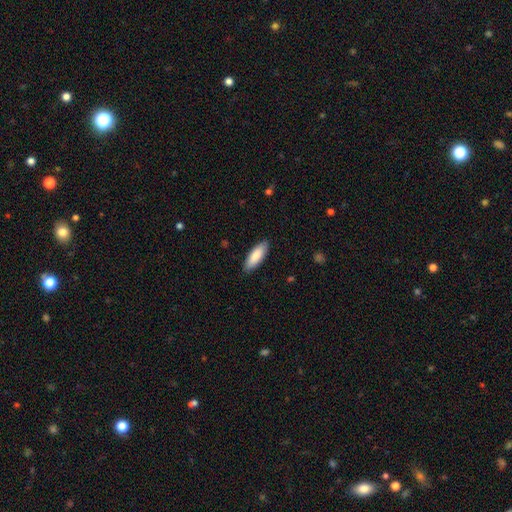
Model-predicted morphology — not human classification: This appears to be a smooth galaxy with no disk features (84%) that is in between round and cigar-shaped (66%). Merging: none (88%).